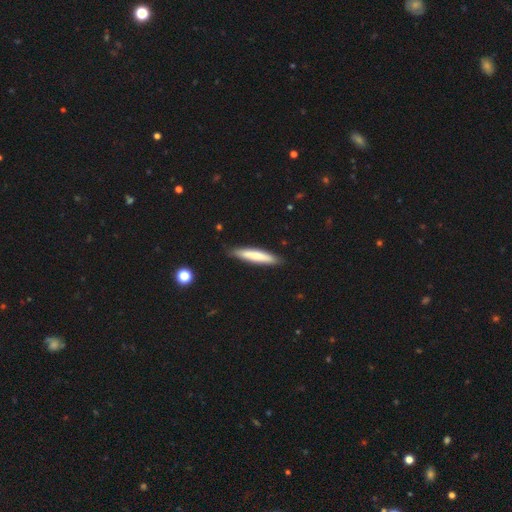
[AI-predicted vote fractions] smooth 74%, featured or disk 20%, star or artifact 5%. Down the decision tree: how rounded — cigar-shaped (90%); merging — none (86%).